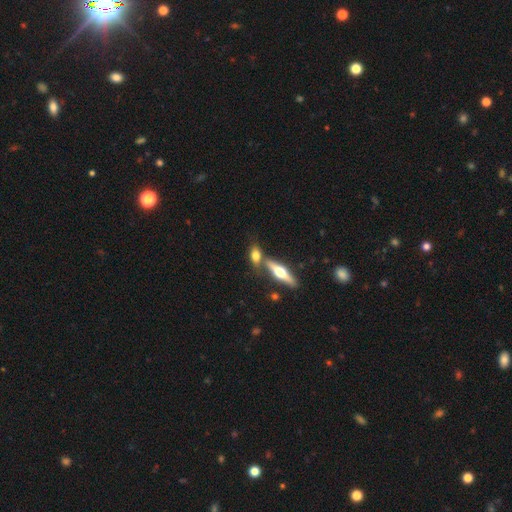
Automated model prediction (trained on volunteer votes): This is likely a smooth galaxy (61%). How rounded: likely in between (65%). Merging: possibly none (57%).